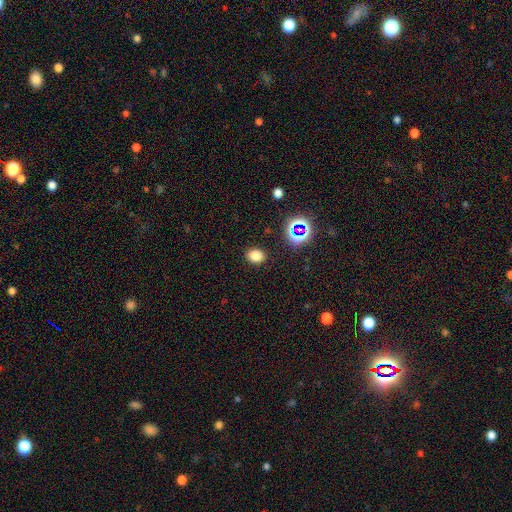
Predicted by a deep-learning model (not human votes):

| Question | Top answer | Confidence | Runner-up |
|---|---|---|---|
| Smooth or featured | smooth | 77% | star or artifact (17%) |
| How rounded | in between | 52% | round (47%) |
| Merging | none | 88% | minor disturbance (8%) |